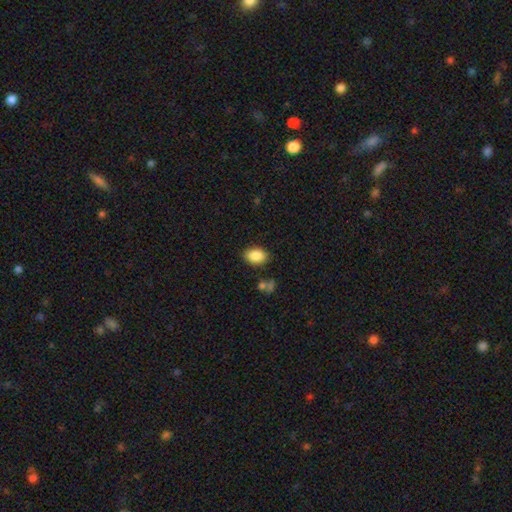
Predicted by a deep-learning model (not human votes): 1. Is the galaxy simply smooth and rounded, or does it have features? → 88% smooth, 8% star or artifact, 5% featured or disk.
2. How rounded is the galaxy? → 83% in between, 15% round, 1% cigar-shaped.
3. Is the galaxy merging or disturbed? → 84% none, 11% minor disturbance, 3% major disturbance, 3% merger.